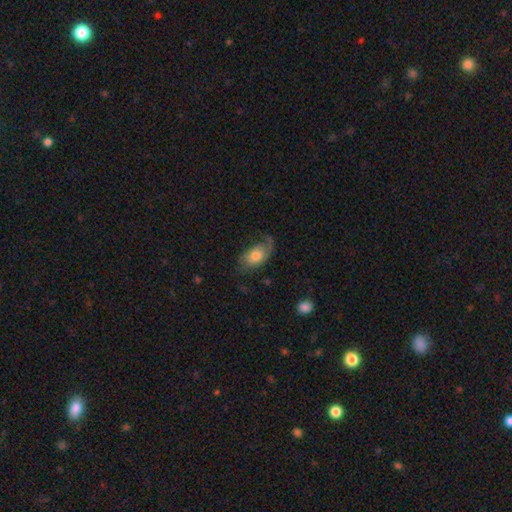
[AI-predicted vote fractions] A smooth galaxy with no disk features (53%) that is in between round and cigar-shaped (89%). Merging: none (50%).